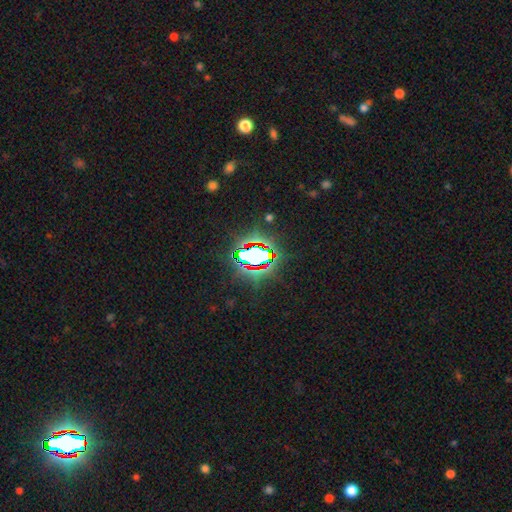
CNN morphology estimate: Smooth or featured? Predicted: star or artifact (p=0.72).